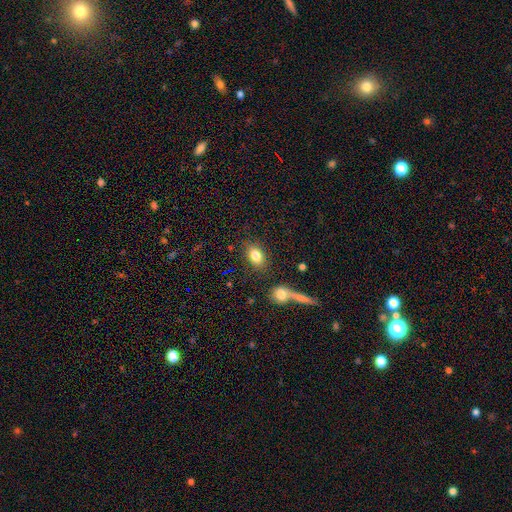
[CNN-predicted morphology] Smooth or featured? Predicted: smooth (p=0.81). How rounded? Predicted: in between (p=0.73). Merging? Predicted: none (p=0.79).